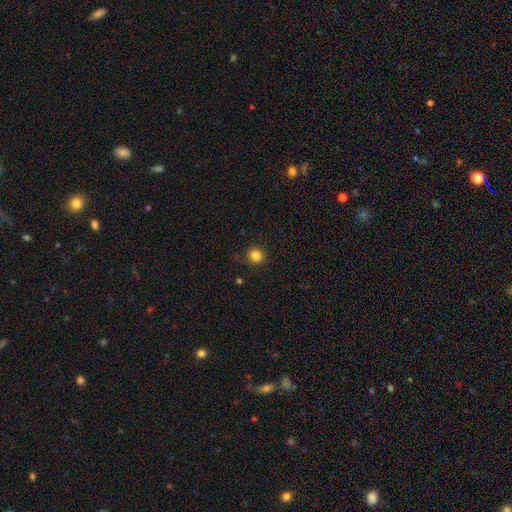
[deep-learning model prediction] The model was most divided on "smooth or featured": smooth: 83%, star or artifact: 12%, featured or disk: 4%. More confident: how rounded — round (94%); merging — none (89%).